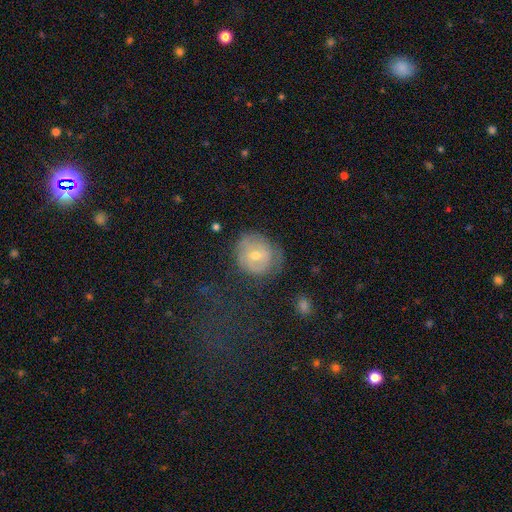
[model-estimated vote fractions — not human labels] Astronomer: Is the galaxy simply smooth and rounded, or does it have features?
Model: featured or disk — 46% (runner-up: smooth, 44%).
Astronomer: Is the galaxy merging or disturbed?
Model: none — 62%.